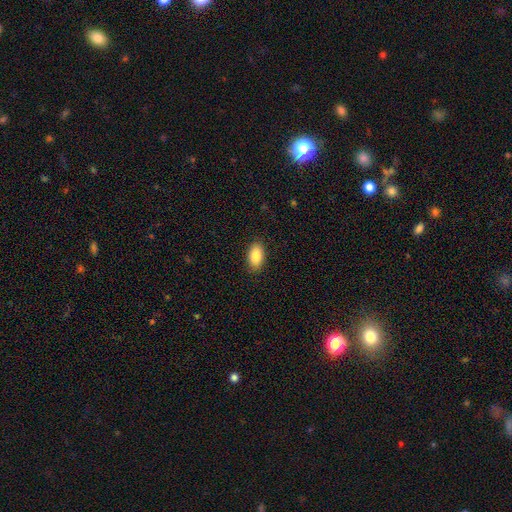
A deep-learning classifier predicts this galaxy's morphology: Smooth or featured? smooth (88%)
How rounded? in between (93%)
Merging? none (88%)